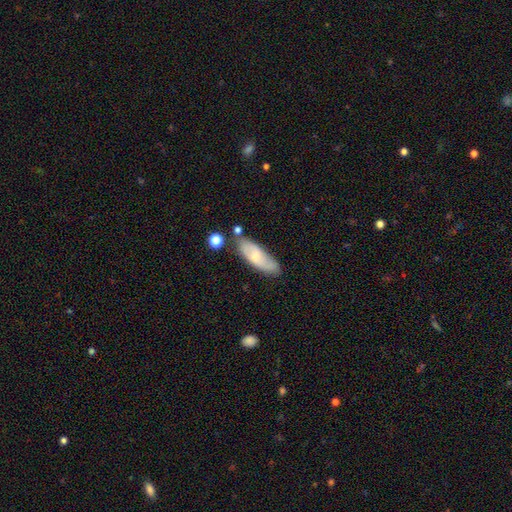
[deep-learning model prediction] The model was most divided on "how rounded": in between: 57%, cigar-shaped: 41%, round: 2%. More confident: merging — none (69%); smooth or featured — smooth (61%).